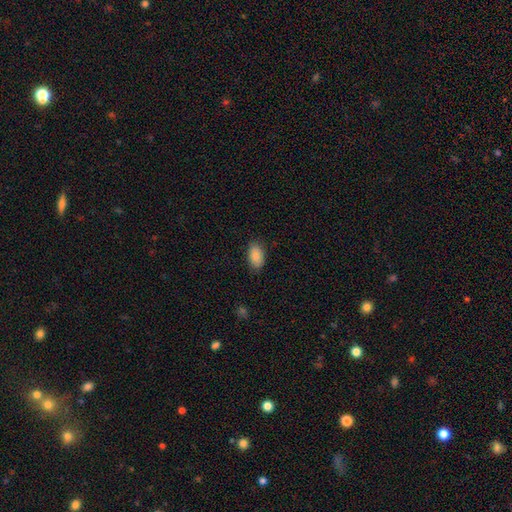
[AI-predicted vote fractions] smooth 87%, star or artifact 7%, featured or disk 6%. Down the decision tree: how rounded — in between (93%); merging — none (85%).